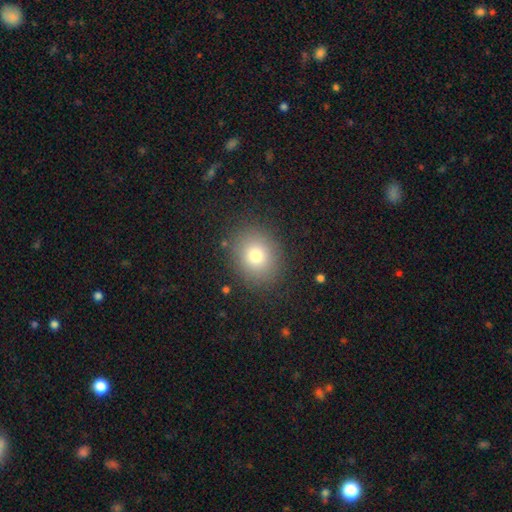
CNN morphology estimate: This is likely a smooth galaxy (76%). How rounded: likely round (68%). Merging: clearly none (86%).